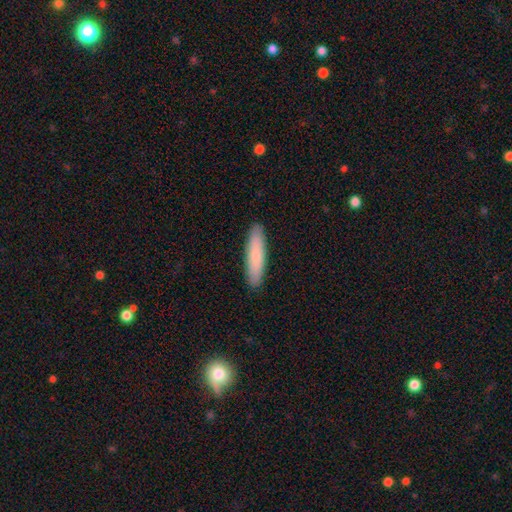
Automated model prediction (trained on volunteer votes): A smooth galaxy with no disk features (77%) that is cigar-shaped (81%).

Vote fractions:
- Smooth or featured? smooth: 77% / featured or disk: 17% / star or artifact: 6%
- How rounded? cigar-shaped: 81% / in between: 18% / round: 1%
- Merging? none: 91% / minor disturbance: 7% / major disturbance: 1% / merger: 1%